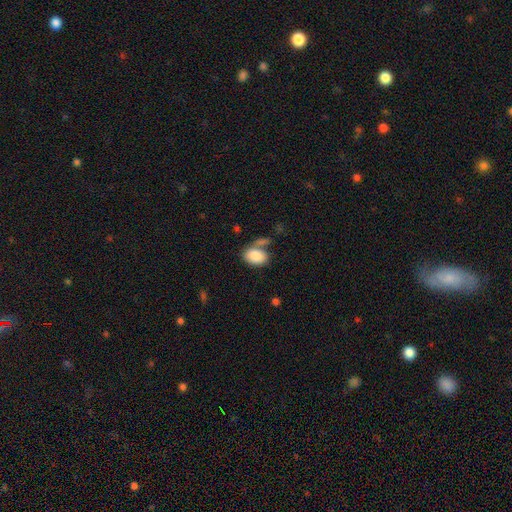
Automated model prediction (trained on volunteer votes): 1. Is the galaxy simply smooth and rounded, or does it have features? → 86% smooth, 7% star or artifact, 7% featured or disk.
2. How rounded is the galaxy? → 83% in between, 16% round, 1% cigar-shaped.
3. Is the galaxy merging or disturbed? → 56% none, 21% merger, 17% minor disturbance, 7% major disturbance.